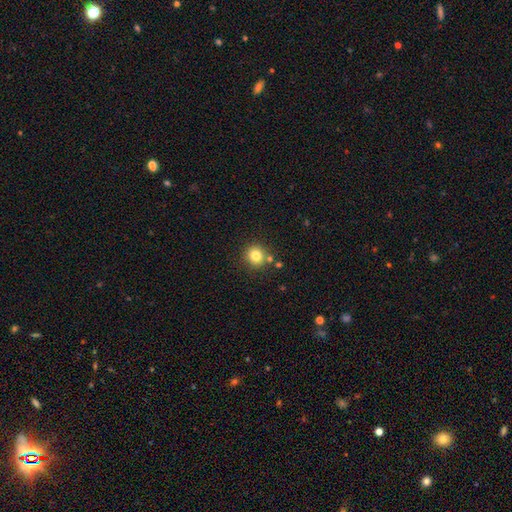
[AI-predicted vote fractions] Smooth or featured: smooth — 81% (star or artifact — 12%)
How rounded: round — 92% (in between — 7%)
Merging: none — 80% (minor disturbance — 9%)